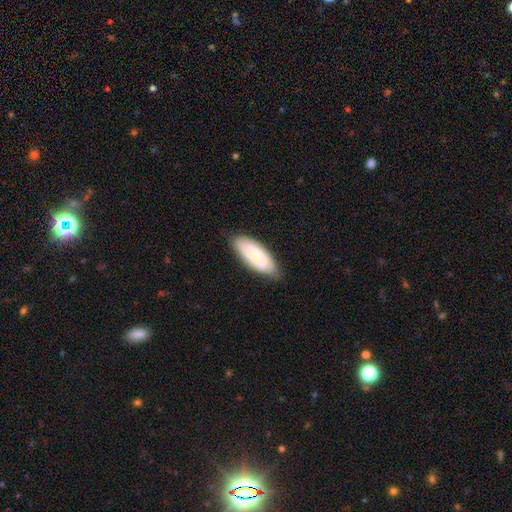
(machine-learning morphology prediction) A smooth galaxy with no disk features (62%) that is in between round and cigar-shaped (79%). Merging: none (80%).